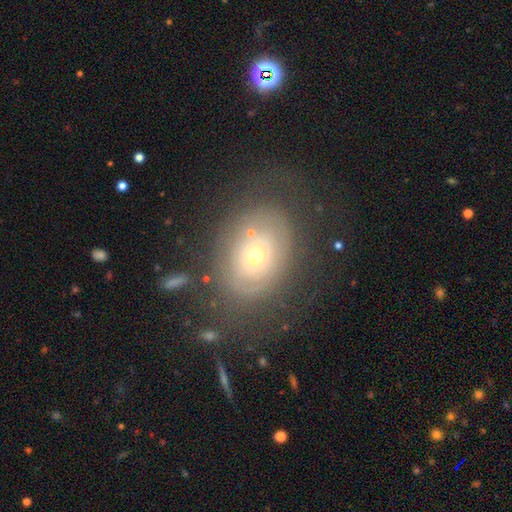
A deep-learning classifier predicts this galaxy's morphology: featured or disk 55%, smooth 33%, star or artifact 11%. Down the decision tree: edge-on disk — no (94%); bar — no (87%); spiral arms — no (57%); bulge size — moderate (52%); merging — none (65%).